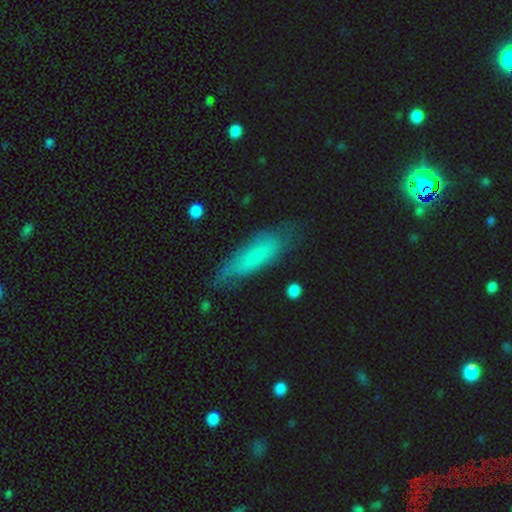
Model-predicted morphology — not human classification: Smooth or featured? Predicted: smooth (p=0.69). How rounded? Predicted: cigar-shaped (p=0.56). Merging? Predicted: none (p=0.66).